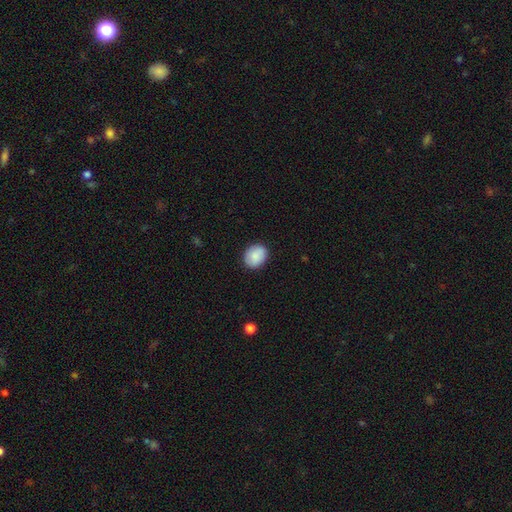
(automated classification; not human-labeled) Smooth or featured: smooth — 87% (star or artifact — 7%)
How rounded: round — 56% (in between — 43%)
Merging: none — 87% (minor disturbance — 10%)